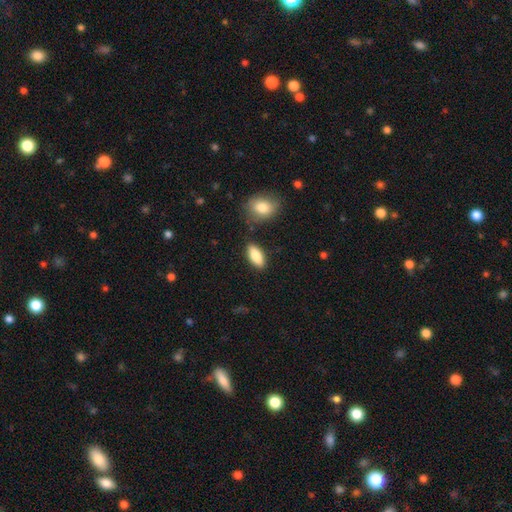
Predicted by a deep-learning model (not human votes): Overall: smooth (82%). How rounded: in between (82%). Merging: none (84%).